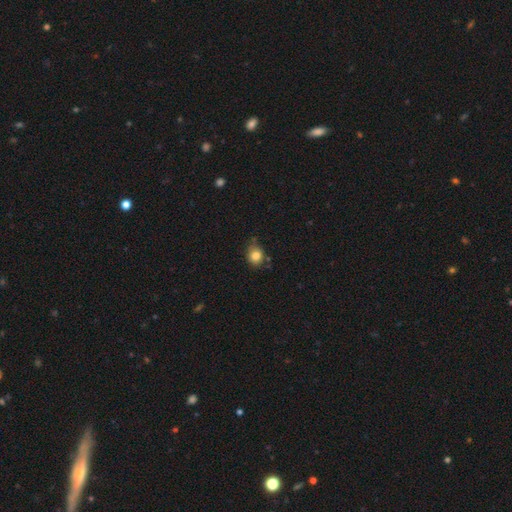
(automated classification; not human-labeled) A smooth galaxy with no disk features (83%) that is round (71%). Merging: none (69%).